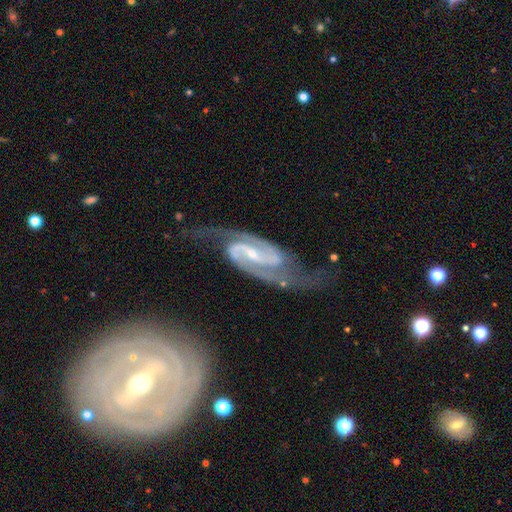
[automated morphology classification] Overall: featured or disk (92%). Edge-on disk: no (96%). Bar: strong (46%; weak 39%). Spiral arms: yes (98%). Spiral arm count: 2 (89%). Spiral winding: medium (52%; tight 28%). Bulge size: small (72%). Merging: none (64%).